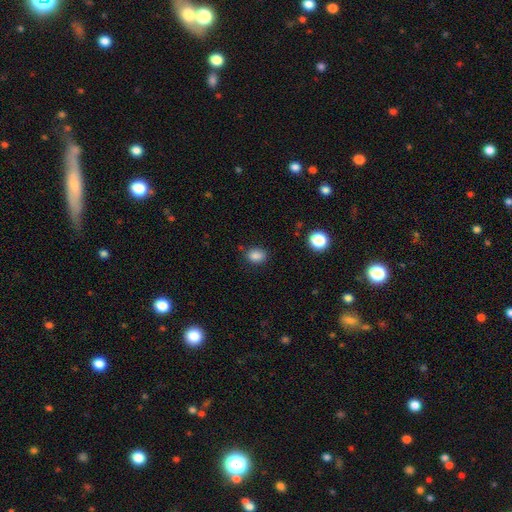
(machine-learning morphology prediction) Q: Smooth or featured?
A: smooth (85%); runner-up: star or artifact (11%)
Q: How rounded?
A: in between (63%); runner-up: round (36%)
Q: Merging?
A: none (82%); runner-up: minor disturbance (13%)